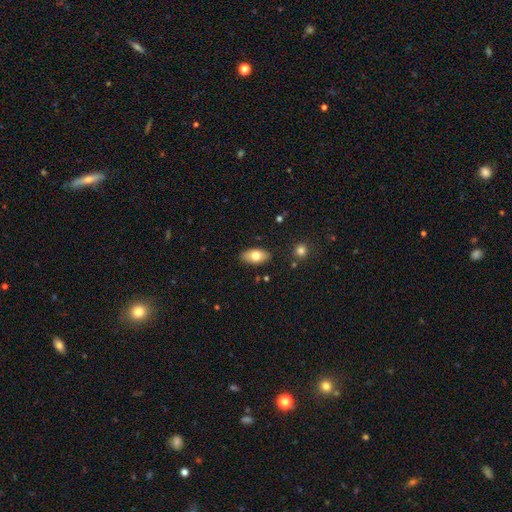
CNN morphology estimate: This appears to be a smooth galaxy with no disk features (75%) that is in between round and cigar-shaped (92%). Merging: none (86%).